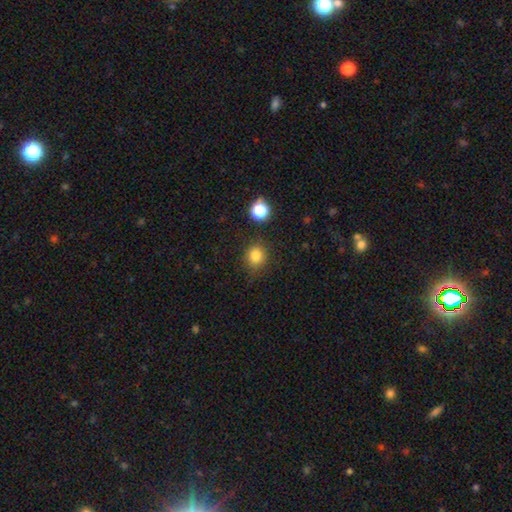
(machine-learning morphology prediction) This is clearly a smooth galaxy (81%). How rounded: clearly round (83%). Merging: clearly none (82%).